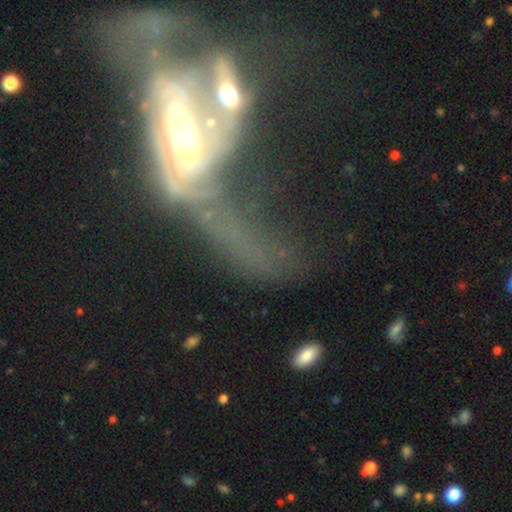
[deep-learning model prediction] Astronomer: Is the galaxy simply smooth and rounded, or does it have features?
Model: featured or disk — 70%.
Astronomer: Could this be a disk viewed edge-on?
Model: no — 88%.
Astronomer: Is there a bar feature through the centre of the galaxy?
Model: no — 50% (runner-up: weak, 28%).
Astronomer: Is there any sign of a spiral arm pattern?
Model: yes — 66%.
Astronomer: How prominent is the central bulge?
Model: moderate — 63%.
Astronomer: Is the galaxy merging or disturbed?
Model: major disturbance — 40% (runner-up: merger, 38%).